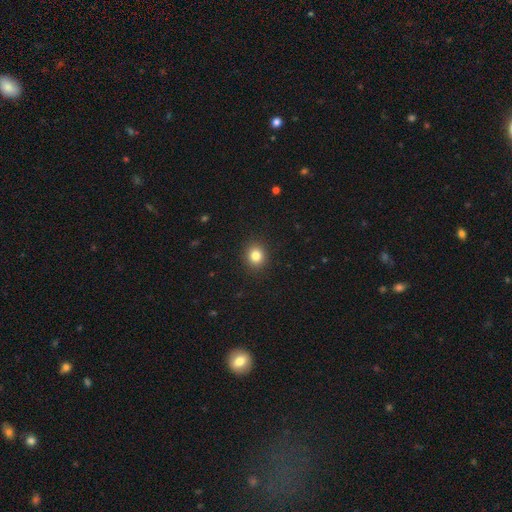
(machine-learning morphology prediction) This appears to be a smooth galaxy with no disk features (83%) that is round (75%). Merging: none (91%).